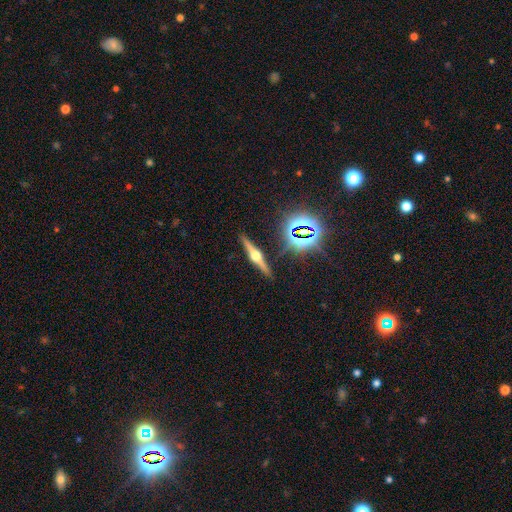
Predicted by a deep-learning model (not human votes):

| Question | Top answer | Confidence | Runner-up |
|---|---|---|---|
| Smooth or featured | featured or disk | 78% | star or artifact (11%) |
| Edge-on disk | yes | 98% | no (2%) |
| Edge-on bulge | rounded | 95% | boxy (3%) |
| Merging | none | 90% | minor disturbance (6%) |